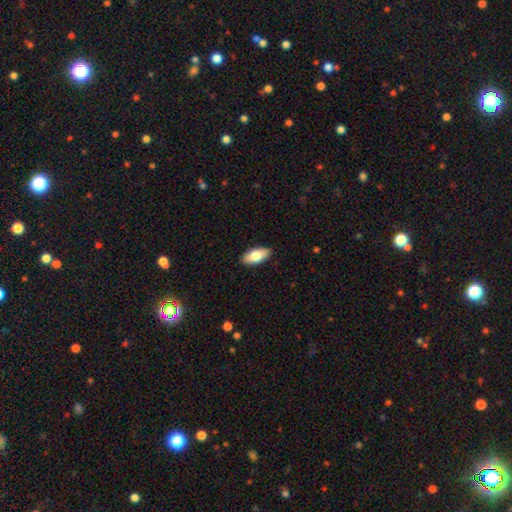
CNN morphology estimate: This is likely a smooth galaxy (79%). How rounded: clearly in between (90%). Merging: clearly none (89%).